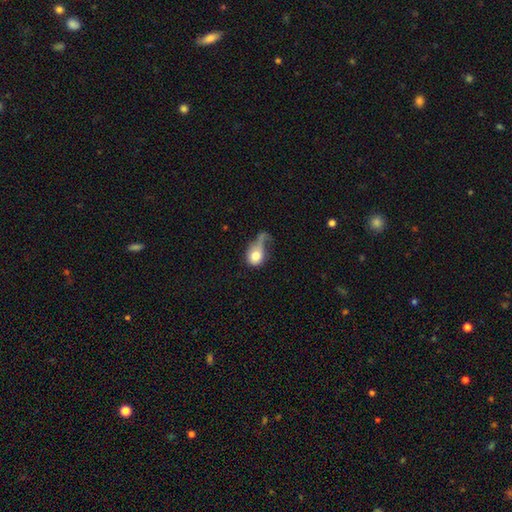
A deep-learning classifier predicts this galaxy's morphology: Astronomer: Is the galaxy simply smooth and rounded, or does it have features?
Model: smooth — 71%.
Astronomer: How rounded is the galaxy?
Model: round — 58% (runner-up: in between, 40%).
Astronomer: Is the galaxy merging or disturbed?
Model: major disturbance — 53%.